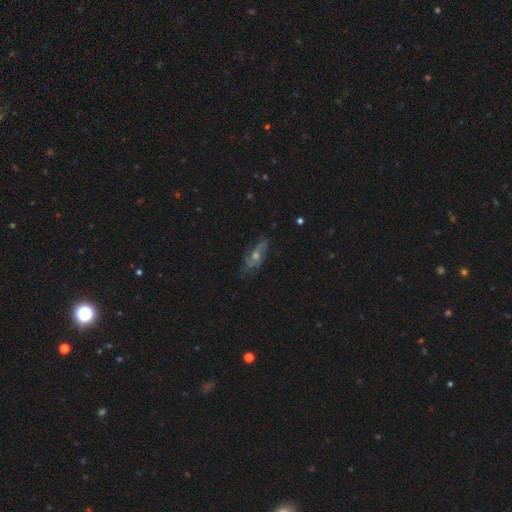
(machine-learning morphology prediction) type=featured or disk (61%); edge-on=no (74%); merging=none (70%).